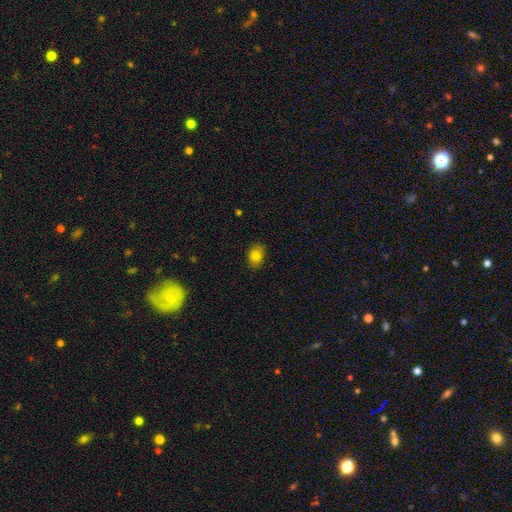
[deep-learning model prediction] This appears to be a smooth galaxy with no disk features (81%) that is in between round and cigar-shaped (75%). Merging: none (85%).